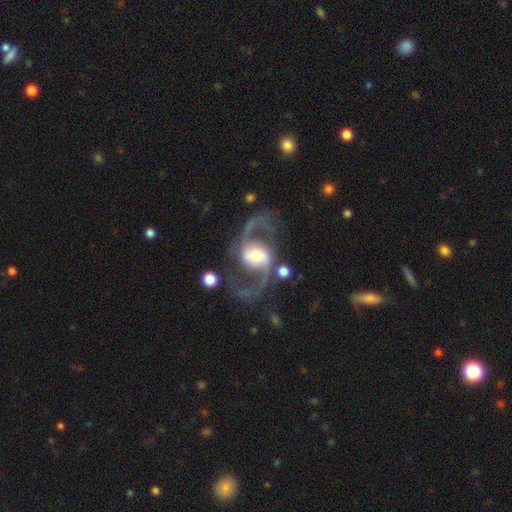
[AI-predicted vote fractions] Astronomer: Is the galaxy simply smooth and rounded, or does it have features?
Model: featured or disk — 89%.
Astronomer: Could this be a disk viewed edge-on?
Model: no — 98%.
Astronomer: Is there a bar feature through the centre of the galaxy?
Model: weak — 41% (runner-up: strong, 33%).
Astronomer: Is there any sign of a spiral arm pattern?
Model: yes — 96%.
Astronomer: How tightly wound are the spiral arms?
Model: loose — 50% (runner-up: medium, 44%).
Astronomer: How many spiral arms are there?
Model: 2 — 94%.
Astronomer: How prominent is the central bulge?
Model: moderate — 49% (runner-up: large, 25%).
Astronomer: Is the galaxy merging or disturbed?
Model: none — 71%.